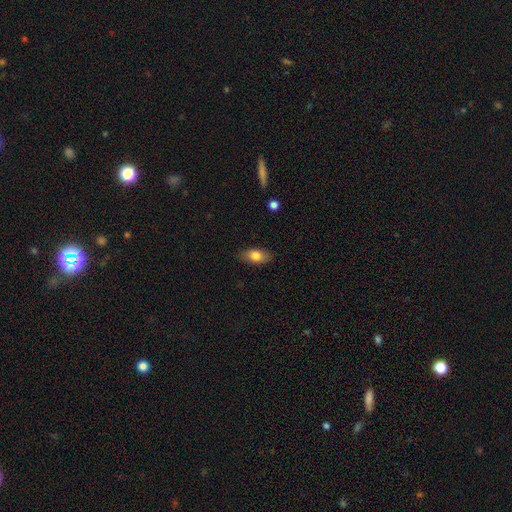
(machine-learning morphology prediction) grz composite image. It shows a smooth galaxy with no disk features (79%) that is in between round and cigar-shaped (88%). Merging: none (85%).